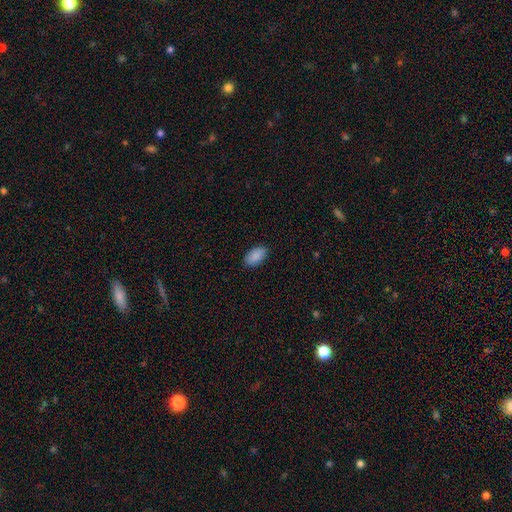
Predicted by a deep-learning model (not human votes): This is clearly a smooth galaxy (89%). How rounded: clearly in between (94%). Merging: clearly none (88%).